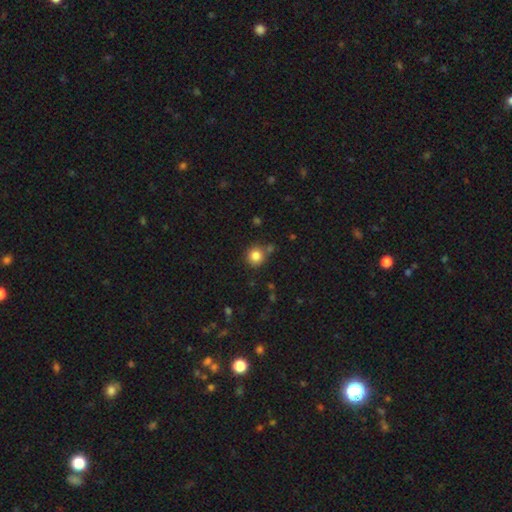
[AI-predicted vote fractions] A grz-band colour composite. It shows a smooth galaxy with no disk features (83%) that is round (92%). Merging: none (78%).